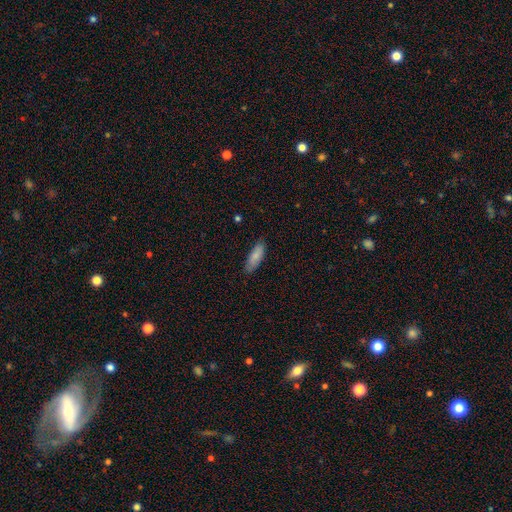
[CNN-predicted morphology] The model was most divided on "how rounded": in between: 64%, cigar-shaped: 34%, round: 2%. More confident: smooth or featured — smooth (82%); merging — none (81%).